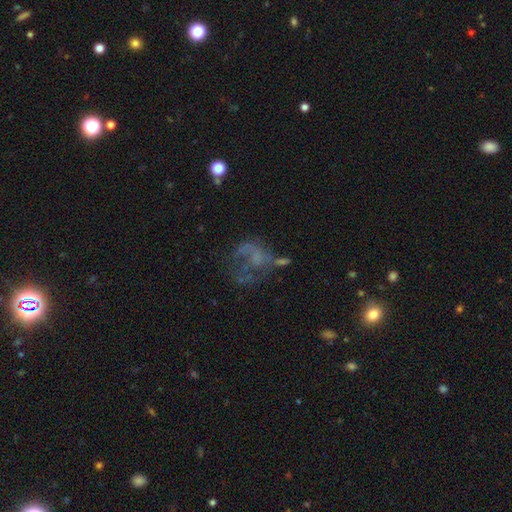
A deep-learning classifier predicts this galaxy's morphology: smooth_or_featured: featured or disk (p=0.51) [alt: smooth p=0.27]
disk_edge_on: no (p=0.97) [alt: yes p=0.03]
merging: major disturbance (p=0.43) [alt: none p=0.32]